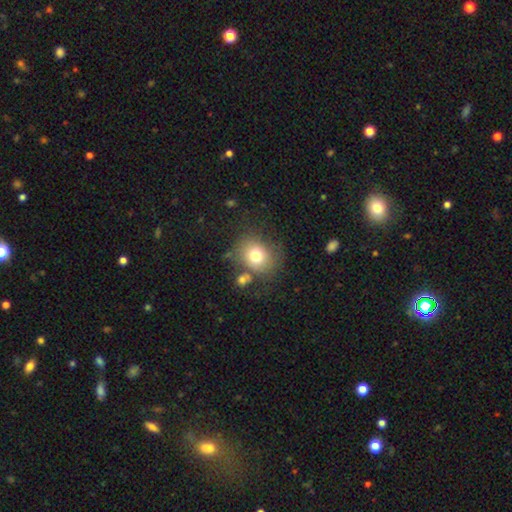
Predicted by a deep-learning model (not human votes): A smooth galaxy with no disk features (74%) that is round (70%).

Vote fractions:
- Smooth or featured? smooth: 74% / featured or disk: 14% / star or artifact: 12%
- How rounded? round: 70% / in between: 29% / cigar-shaped: 1%
- Merging? none: 68% / minor disturbance: 16% / merger: 9% / major disturbance: 8%